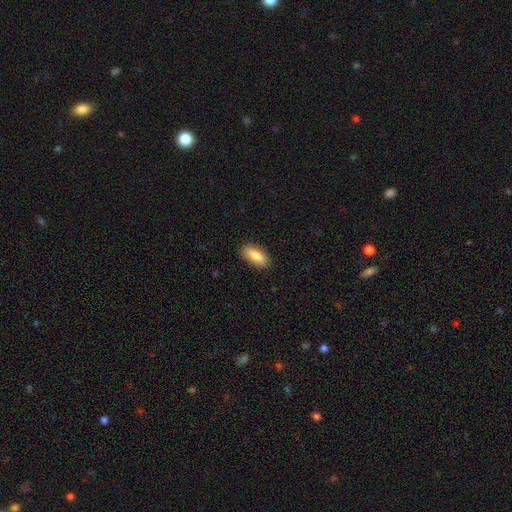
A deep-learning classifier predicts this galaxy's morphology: smooth-or-featured: smooth: 86% | featured or disk: 8% | star or artifact: 6%
  how-rounded: in between: 81% | cigar-shaped: 17% | round: 2%
  merging: none: 88% | minor disturbance: 9% | major disturbance: 2% | merger: 1%